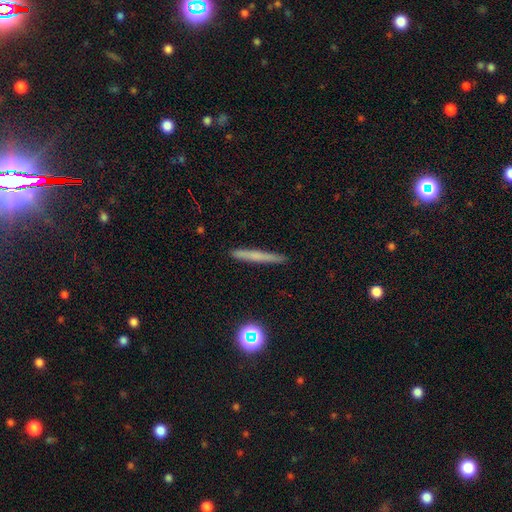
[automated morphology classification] The model was most divided on "smooth or featured": smooth: 58%, featured or disk: 32%, star or artifact: 10%. More confident: how rounded — cigar-shaped (95%); merging — none (90%).